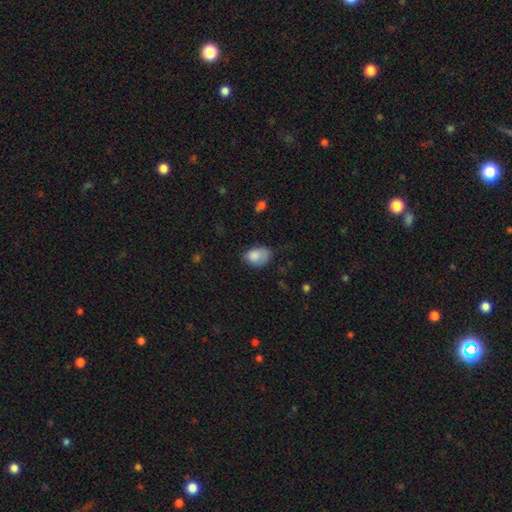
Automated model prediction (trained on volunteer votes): Smooth or featured?
  - smooth: 83% *
  - featured or disk: 9%
  - star or artifact: 8%
How rounded?
  - in between: 79% *
  - round: 20%
  - cigar-shaped: 1%
Merging?
  - none: 50% *
  - minor disturbance: 36%
  - major disturbance: 12%
  - merger: 2%